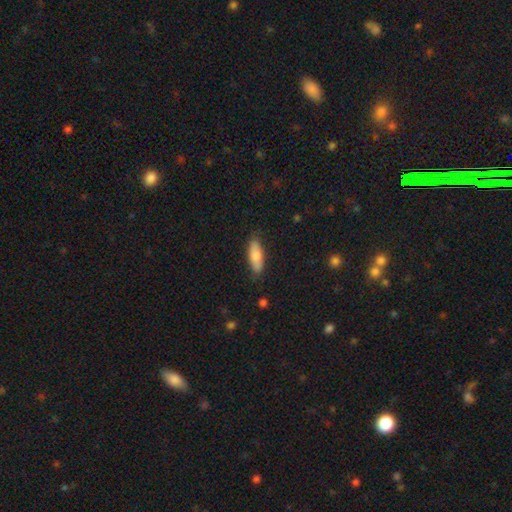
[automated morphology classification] smooth_or_featured: smooth (p=0.71) [alt: featured or disk p=0.23]
how_rounded: in between (p=0.64) [alt: cigar-shaped p=0.34]
merging: none (p=0.84) [alt: minor disturbance p=0.13]